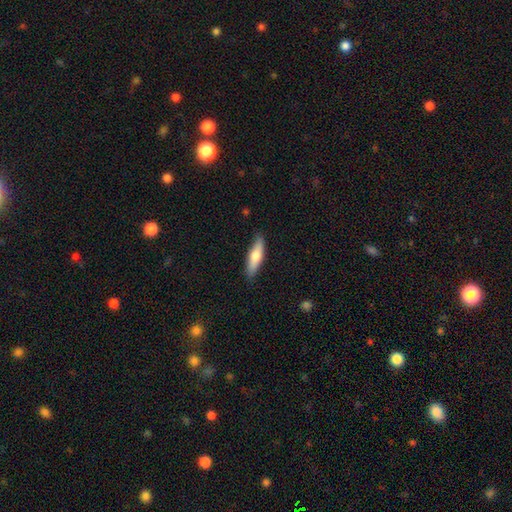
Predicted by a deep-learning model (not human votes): A smooth galaxy with no disk features (64%) that is cigar-shaped (66%). Merging: none (85%).